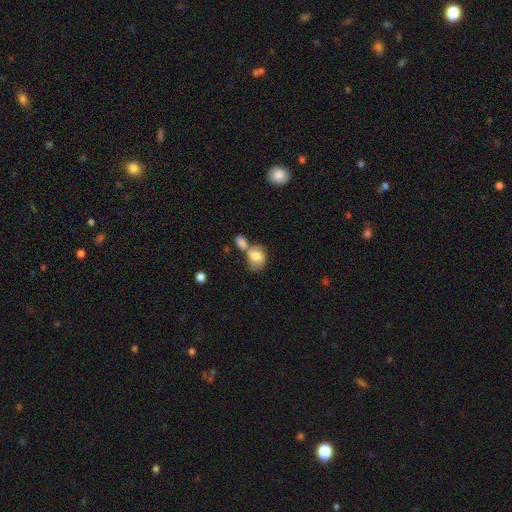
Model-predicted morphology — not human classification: Smooth or featured? smooth (74%)
How rounded? in between (57%)
Merging? merger (57%)